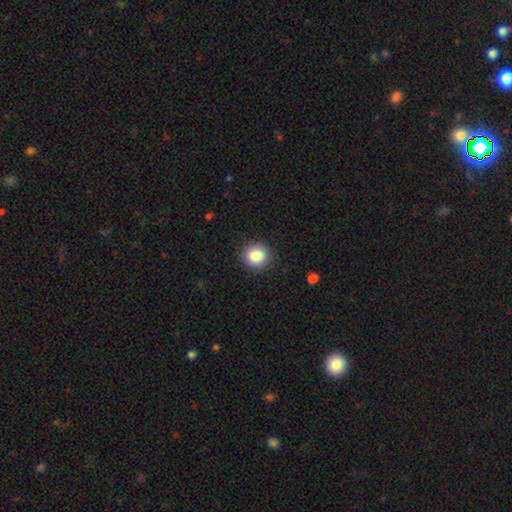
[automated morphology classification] This is clearly a smooth galaxy (85%). How rounded: clearly round (90%). Merging: clearly none (90%).